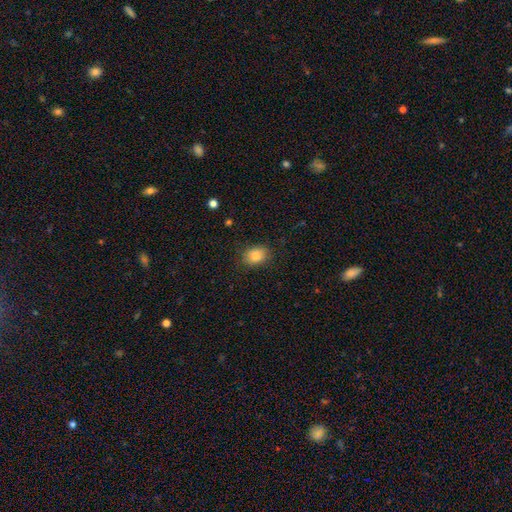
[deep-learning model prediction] smooth 83%, star or artifact 9%, featured or disk 8%. Down the decision tree: how rounded — in between (68%); merging — none (81%).